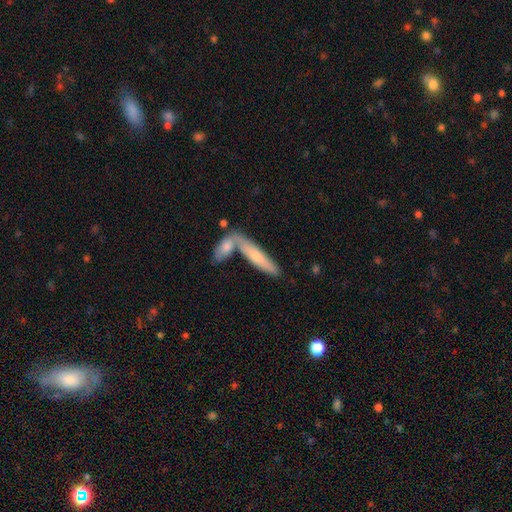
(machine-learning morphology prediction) The model was most divided on "merging": none: 49%, merger: 38%, minor disturbance: 10%, major disturbance: 3%. More confident: how rounded — cigar-shaped (81%); smooth or featured — smooth (56%).